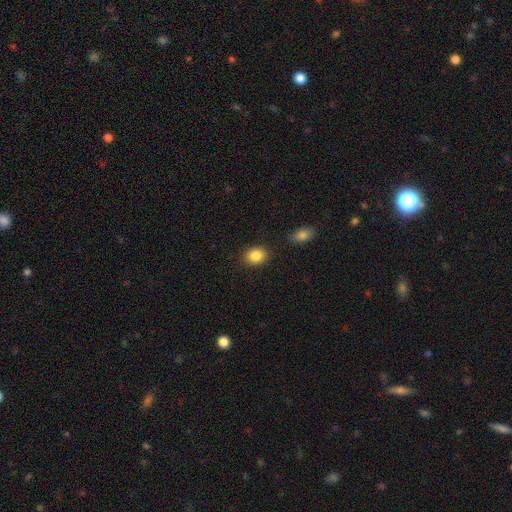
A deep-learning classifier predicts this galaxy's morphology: Smooth or featured? smooth (86%)
How rounded? round (51%)
Merging? none (86%)